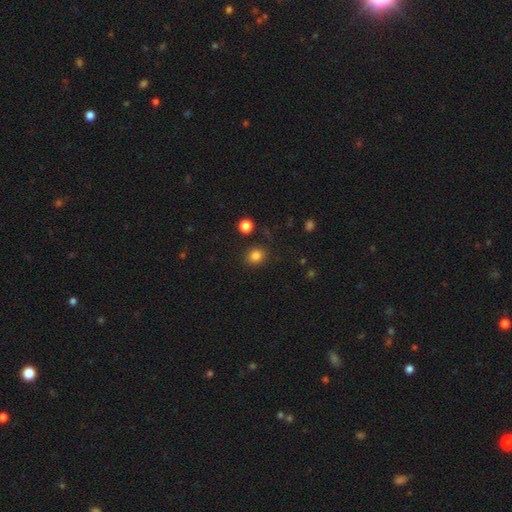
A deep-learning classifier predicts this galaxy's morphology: Q: Smooth or featured?
A: smooth (84%); runner-up: star or artifact (12%)
Q: How rounded?
A: round (70%); runner-up: in between (29%)
Q: Merging?
A: none (86%); runner-up: minor disturbance (9%)